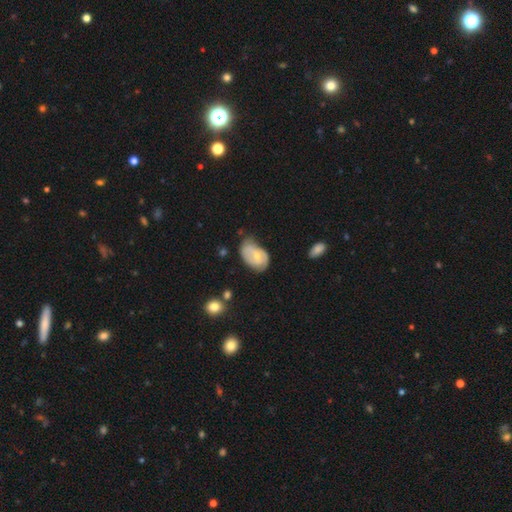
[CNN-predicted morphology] This appears to be a featured or disk galaxy (51%). Merging: minor disturbance (42%).